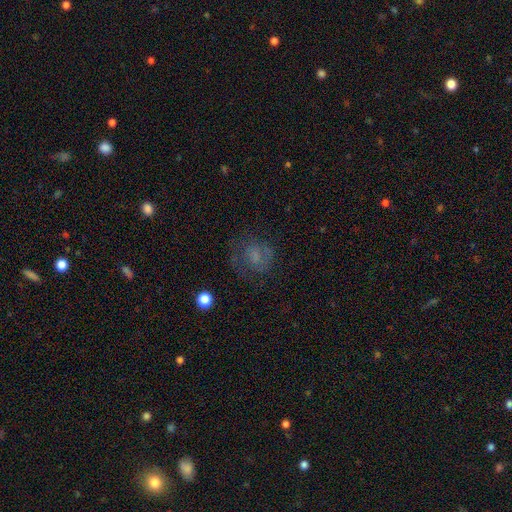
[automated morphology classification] Overall: smooth (51%; featured or disk 33%). How rounded: round (70%). Merging: none (58%; major disturbance 20%).